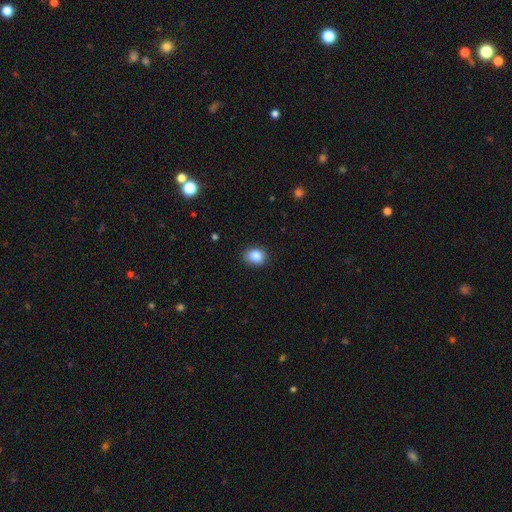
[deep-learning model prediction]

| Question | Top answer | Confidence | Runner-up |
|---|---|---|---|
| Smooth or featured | smooth | 87% | star or artifact (9%) |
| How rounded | in between | 52% | round (47%) |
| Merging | none | 83% | minor disturbance (14%) |